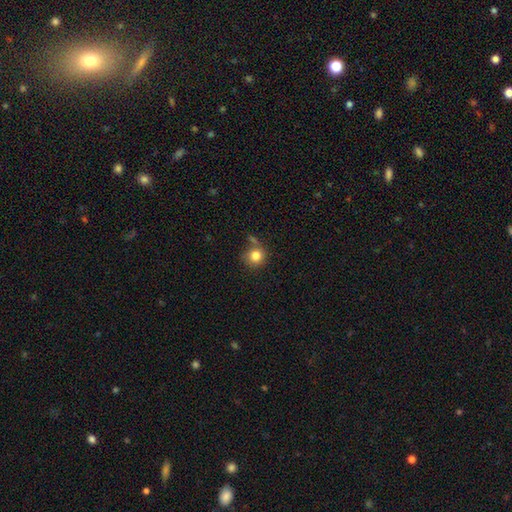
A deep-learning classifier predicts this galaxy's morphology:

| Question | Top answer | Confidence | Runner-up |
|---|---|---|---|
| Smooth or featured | smooth | 82% | star or artifact (10%) |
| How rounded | round | 88% | in between (11%) |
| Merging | none | 62% | minor disturbance (17%) |